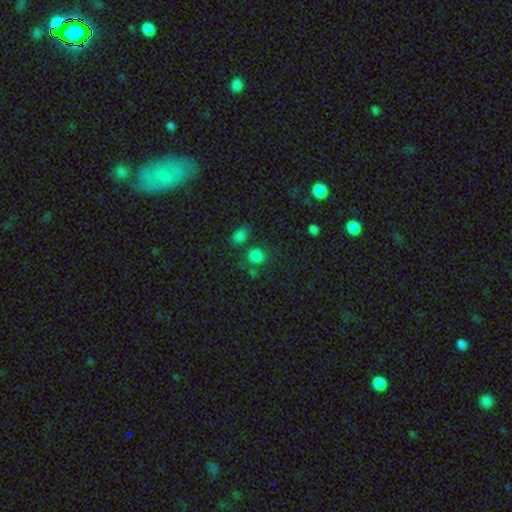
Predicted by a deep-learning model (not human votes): The model was most divided on "merging": none: 68%, merger: 15%, minor disturbance: 12%, major disturbance: 5%. More confident: how rounded — round (80%); smooth or featured — smooth (78%).